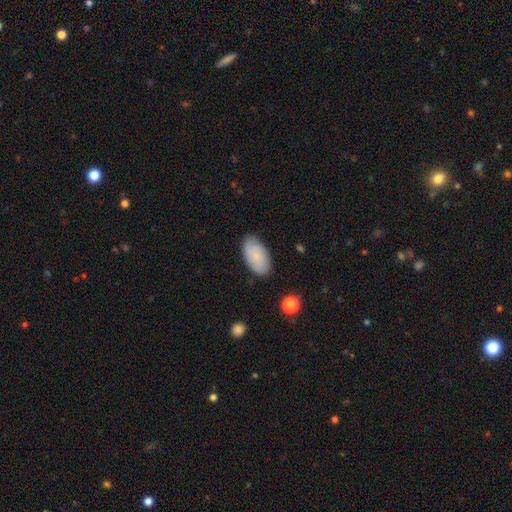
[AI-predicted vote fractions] smooth_or_featured: smooth (p=0.81) [alt: featured or disk p=0.13]
how_rounded: in between (p=0.95) [alt: round p=0.03]
merging: none (p=0.83) [alt: minor disturbance p=0.13]